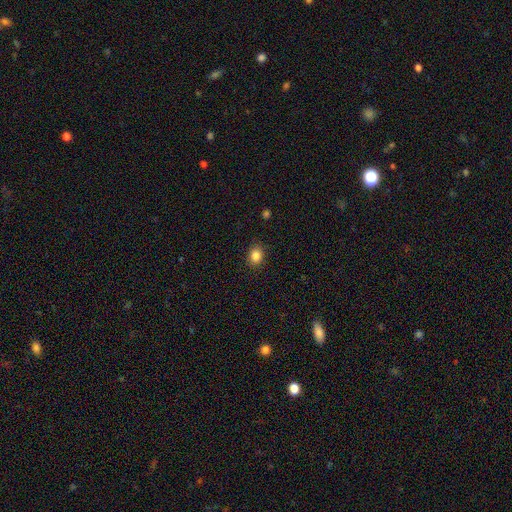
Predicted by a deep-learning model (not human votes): Smooth or featured? Predicted: smooth (p=0.85). How rounded? Predicted: round (p=0.50). Merging? Predicted: none (p=0.88).